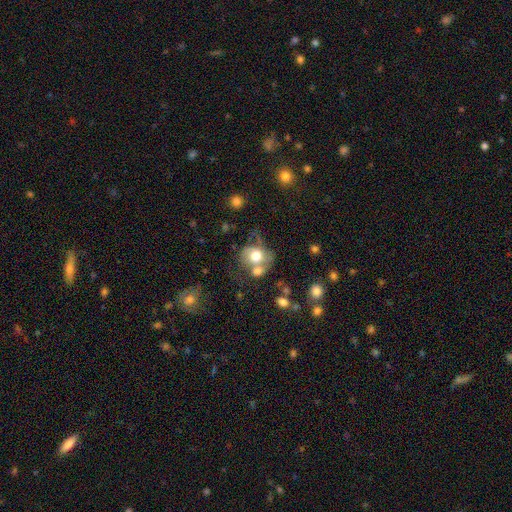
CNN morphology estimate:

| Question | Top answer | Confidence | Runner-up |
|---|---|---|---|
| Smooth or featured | smooth | 62% | featured or disk (28%) |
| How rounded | round | 66% | in between (33%) |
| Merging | merger | 40% | none (29%) |